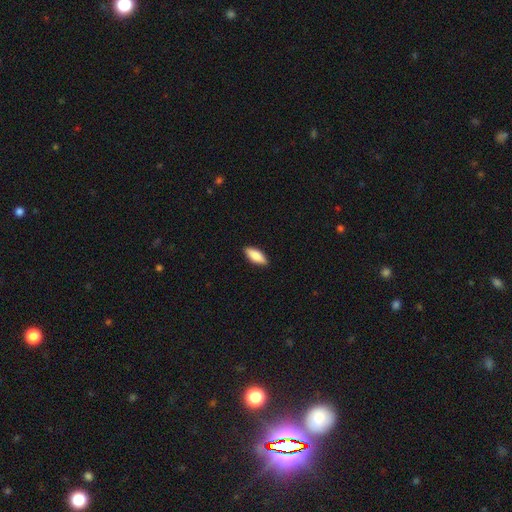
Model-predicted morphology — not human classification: A smooth galaxy with no disk features (83%) that is in between round and cigar-shaped (72%).

Vote fractions:
- Smooth or featured? smooth: 83% / featured or disk: 12% / star or artifact: 6%
- How rounded? in between: 72% / cigar-shaped: 26% / round: 2%
- Merging? none: 89% / minor disturbance: 8% / major disturbance: 2% / merger: 1%